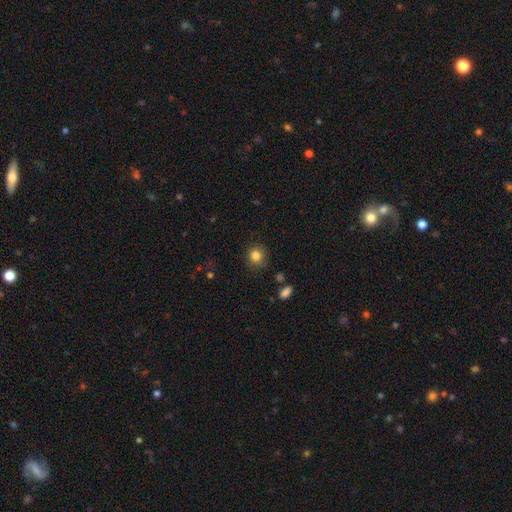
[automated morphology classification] smooth_or_featured: smooth (p=0.84) [alt: star or artifact p=0.11]
how_rounded: round (p=0.87) [alt: in between p=0.12]
merging: none (p=0.84) [alt: minor disturbance p=0.12]